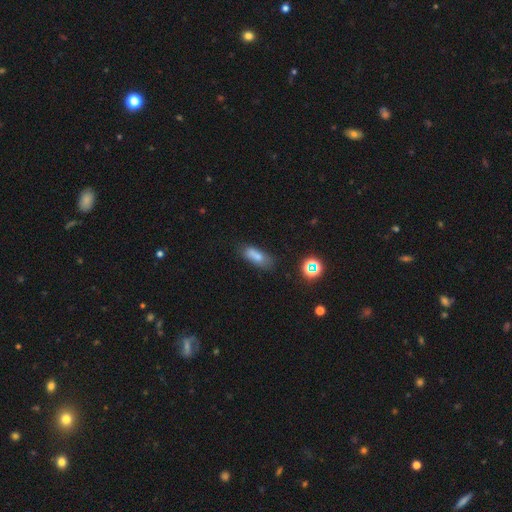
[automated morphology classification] Smooth or featured?
  - smooth: 73% *
  - featured or disk: 14%
  - star or artifact: 14%
How rounded?
  - in between: 69% *
  - cigar-shaped: 25%
  - round: 5%
Merging?
  - none: 57% *
  - minor disturbance: 25%
  - major disturbance: 9%
  - merger: 9%